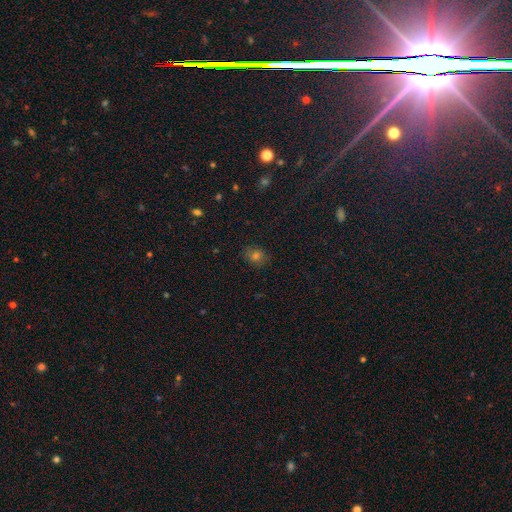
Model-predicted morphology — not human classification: Smooth or featured?
  - smooth: 64% *
  - star or artifact: 25%
  - featured or disk: 11%
How rounded?
  - round: 57% *
  - in between: 42%
  - cigar-shaped: 1%
Merging?
  - none: 83% *
  - minor disturbance: 12%
  - major disturbance: 3%
  - merger: 1%